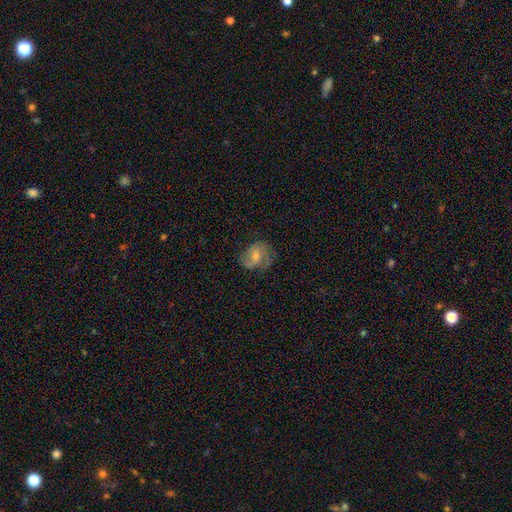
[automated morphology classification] A featured or disk galaxy (66%) with no bar (49%), 2 (60%) medium (47%) spiral arms (89%) and a moderate central bulge (48%).

Vote fractions:
- Smooth or featured? featured or disk: 66% / smooth: 23% / star or artifact: 11%
- Edge-on disk? no: 97% / yes: 3%
- Bar? no: 49% / weak: 42% / strong: 9%
- Spiral arms? yes: 89% / no: 11%
- Spiral winding? medium: 47% / tight: 30% / loose: 23%
- Spiral arm count? 2: 60% / can't tell: 18% / 1: 10% / 3: 8% / 4: 2% / more than 4: 2%
- Bulge size? moderate: 48% / small: 38% / none: 8% / large: 5% / dominant: 1%
- Merging? none: 67% / minor disturbance: 20% / major disturbance: 12% / merger: 1%